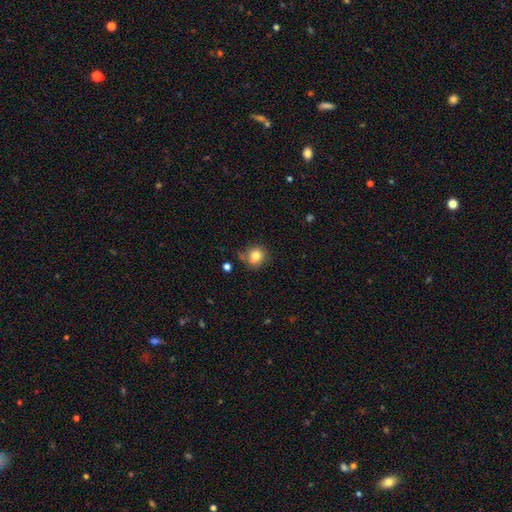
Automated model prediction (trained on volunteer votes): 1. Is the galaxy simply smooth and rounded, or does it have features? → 79% smooth, 10% featured or disk, 10% star or artifact.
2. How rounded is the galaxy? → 76% round, 23% in between, 1% cigar-shaped.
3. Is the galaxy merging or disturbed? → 61% none, 21% minor disturbance, 11% merger, 7% major disturbance.